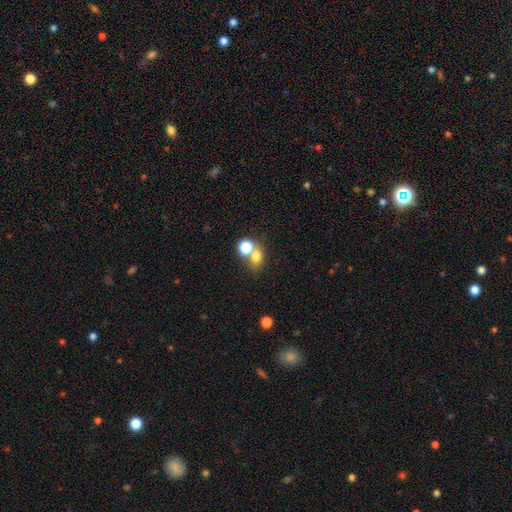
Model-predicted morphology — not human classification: Smooth or featured?
  - smooth: 74% *
  - star or artifact: 16%
  - featured or disk: 11%
How rounded?
  - in between: 51% *
  - round: 47%
  - cigar-shaped: 1%
Merging?
  - none: 45% *
  - merger: 42%
  - minor disturbance: 8%
  - major disturbance: 4%